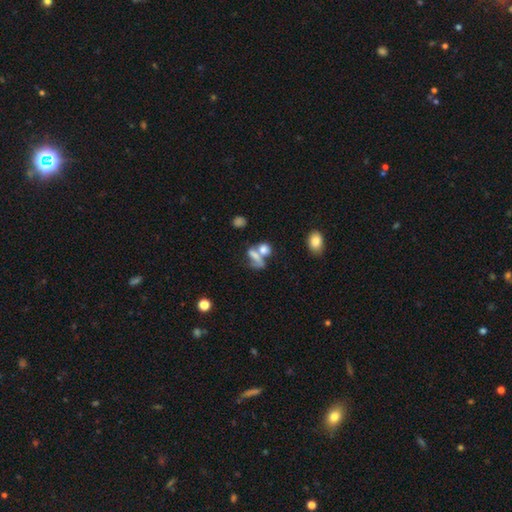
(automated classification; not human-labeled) Smooth or featured? Predicted: smooth (p=0.63). How rounded? Predicted: in between (p=0.55). Merging? Predicted: merger (p=0.50).